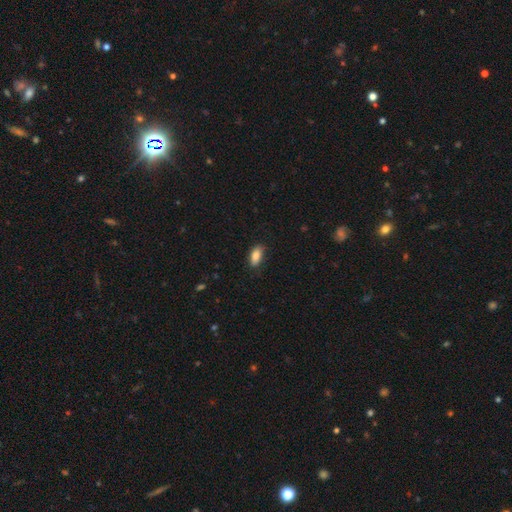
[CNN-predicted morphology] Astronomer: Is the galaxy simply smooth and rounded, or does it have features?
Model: smooth — 86%.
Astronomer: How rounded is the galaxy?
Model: in between — 89%.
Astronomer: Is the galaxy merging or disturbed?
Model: none — 83%.